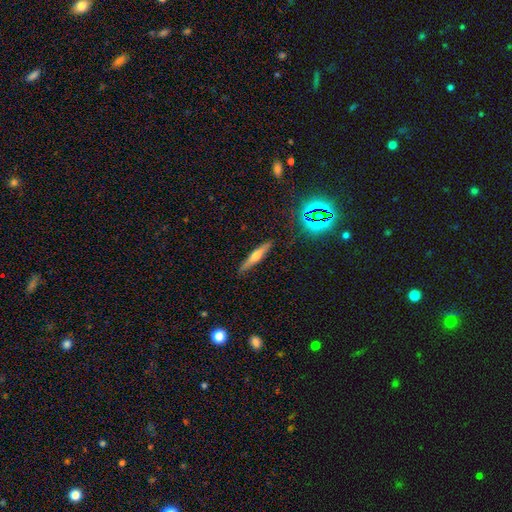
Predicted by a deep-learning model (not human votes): Smooth or featured? featured or disk (48%)
Merging? none (88%)